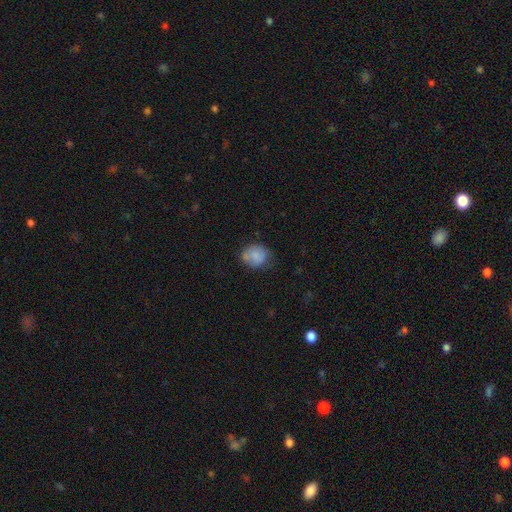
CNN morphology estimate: Overall: smooth (81%). How rounded: round (64%; in between 35%). Merging: none (65%).